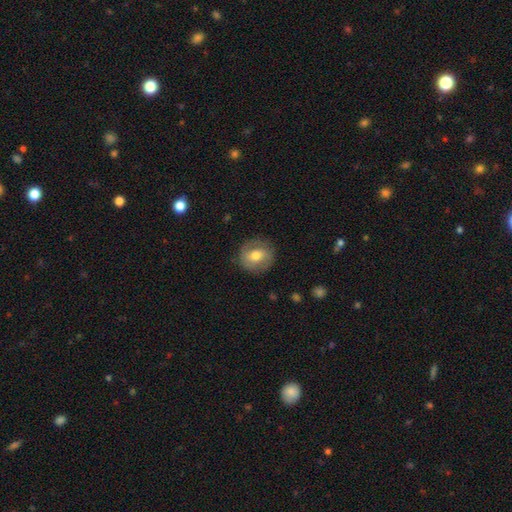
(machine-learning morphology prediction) smooth_or_featured: smooth (p=0.50) [alt: featured or disk p=0.43]
how_rounded: round (p=0.82) [alt: in between p=0.17]
merging: none (p=0.82) [alt: minor disturbance p=0.12]